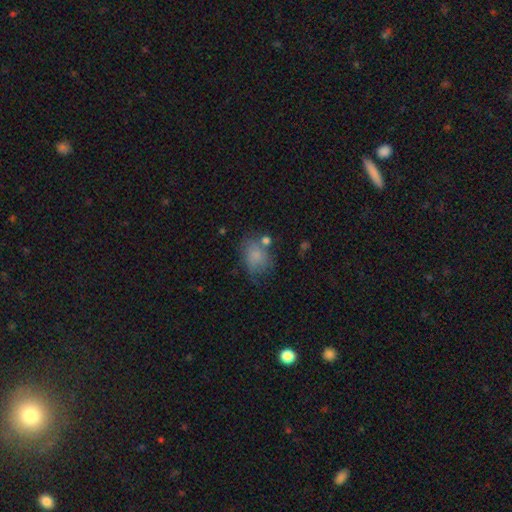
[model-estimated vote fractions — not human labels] Morphology: type=smooth (73%); roundness=in between (64%); merging=none (50%).